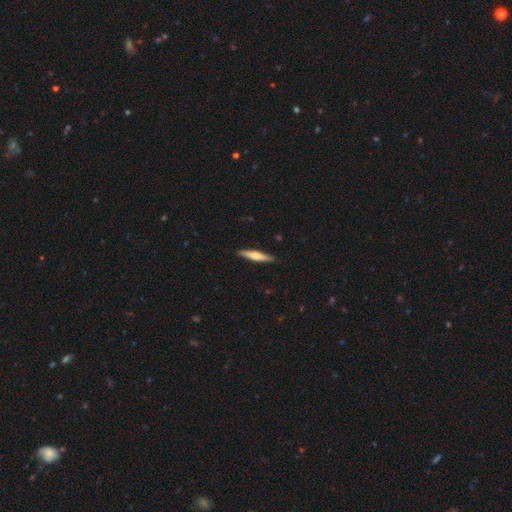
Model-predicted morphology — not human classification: This is possibly a featured or disk galaxy (48%). Merging: clearly none (91%).